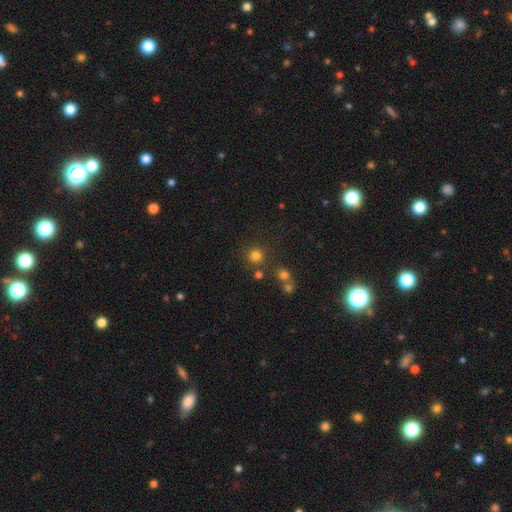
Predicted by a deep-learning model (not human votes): This is likely a smooth galaxy (78%). How rounded: clearly round (93%). Merging: likely none (79%).